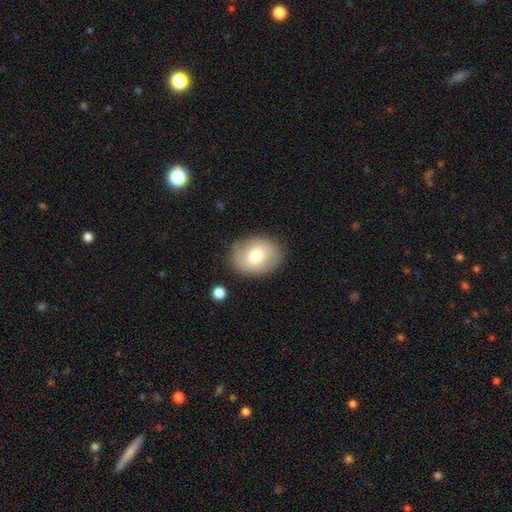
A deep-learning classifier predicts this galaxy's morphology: Smooth or featured: smooth — 72% (featured or disk — 20%)
How rounded: in between — 56% (round — 43%)
Merging: none — 83% (minor disturbance — 12%)